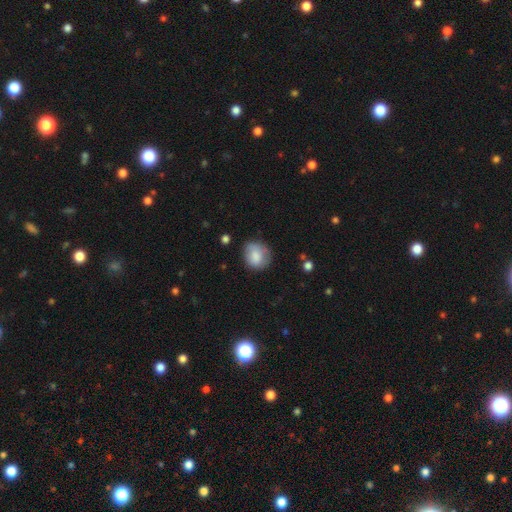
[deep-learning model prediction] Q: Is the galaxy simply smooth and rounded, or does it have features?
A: smooth — 81%.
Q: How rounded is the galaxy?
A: round — 77%.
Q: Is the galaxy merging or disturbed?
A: none — 69%.